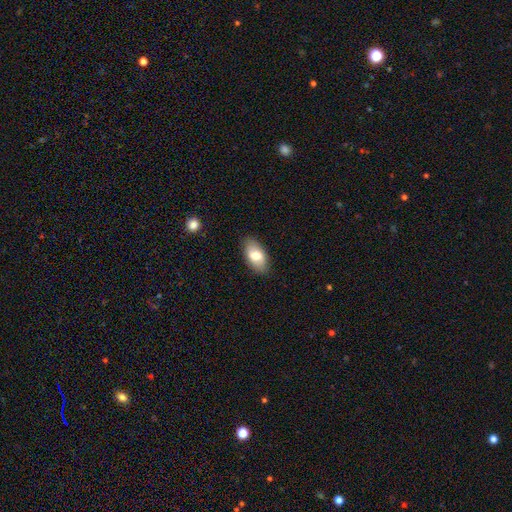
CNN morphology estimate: smooth-or-featured: smooth: 74% | featured or disk: 19% | star or artifact: 7%
  how-rounded: in between: 93% | round: 4% | cigar-shaped: 3%
  merging: none: 85% | minor disturbance: 11% | major disturbance: 2% | merger: 1%